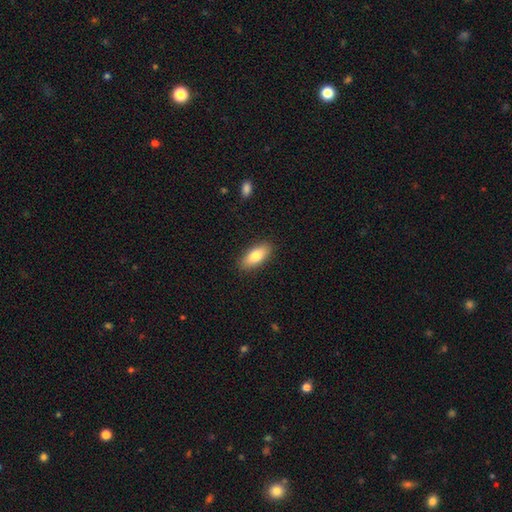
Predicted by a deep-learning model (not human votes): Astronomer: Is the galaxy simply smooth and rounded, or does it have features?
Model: smooth — 79%.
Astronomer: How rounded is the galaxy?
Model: in between — 81%.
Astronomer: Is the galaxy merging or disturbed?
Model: none — 89%.